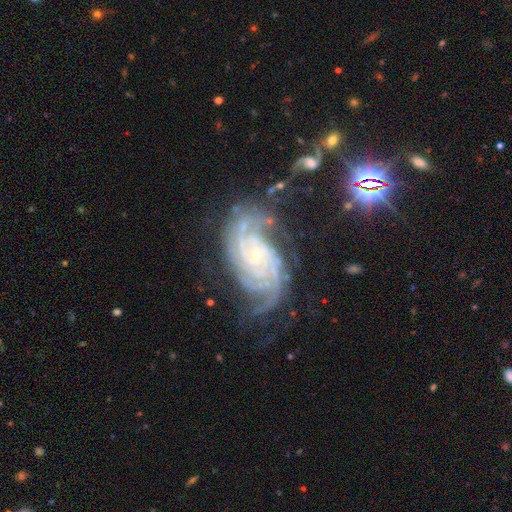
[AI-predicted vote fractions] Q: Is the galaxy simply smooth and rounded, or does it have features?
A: featured or disk — 90%.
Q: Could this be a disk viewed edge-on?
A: no — 97%.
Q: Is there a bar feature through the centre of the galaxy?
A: no — 73%.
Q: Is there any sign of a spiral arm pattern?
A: yes — 98%.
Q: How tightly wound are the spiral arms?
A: tight — 69%.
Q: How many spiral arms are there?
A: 4 — 26%.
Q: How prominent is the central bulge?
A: small — 84%.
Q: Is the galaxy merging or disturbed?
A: none — 63%.